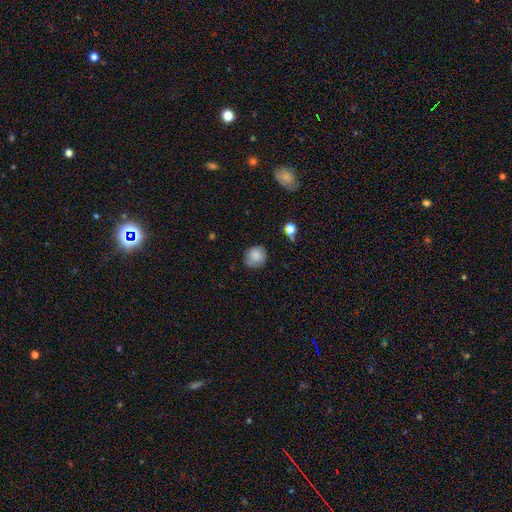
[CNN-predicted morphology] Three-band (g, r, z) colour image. It shows a smooth galaxy with no disk features (83%) that is round (87%). Merging: none (78%).